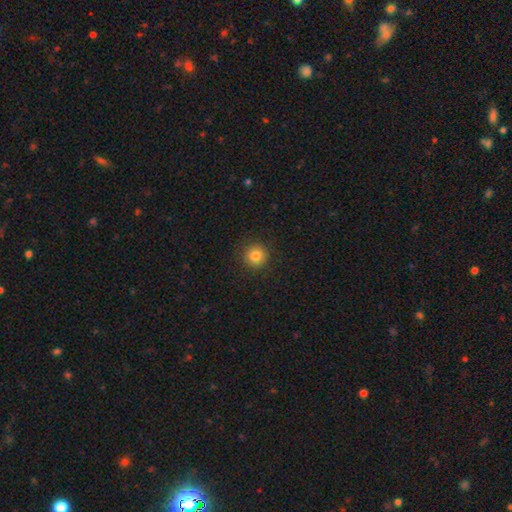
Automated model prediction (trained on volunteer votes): A smooth galaxy with no disk features (83%) that is round (95%).

Vote fractions:
- Smooth or featured? smooth: 83% / star or artifact: 11% / featured or disk: 6%
- How rounded? round: 95% / in between: 4% / cigar-shaped: 1%
- Merging? none: 91% / minor disturbance: 6% / major disturbance: 2% / merger: 1%